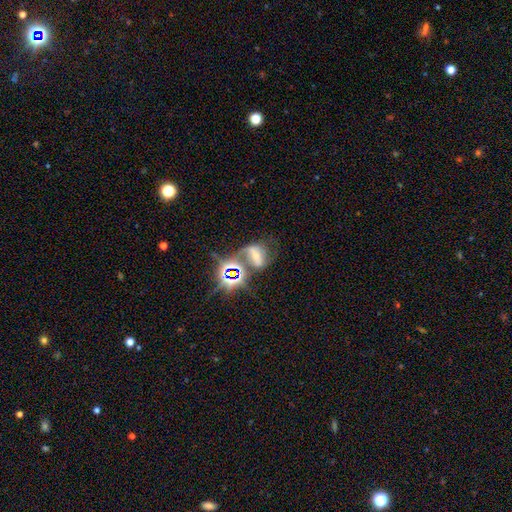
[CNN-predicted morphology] Smooth or featured? Predicted: featured or disk (p=0.41). Merging? Predicted: none (p=0.45).